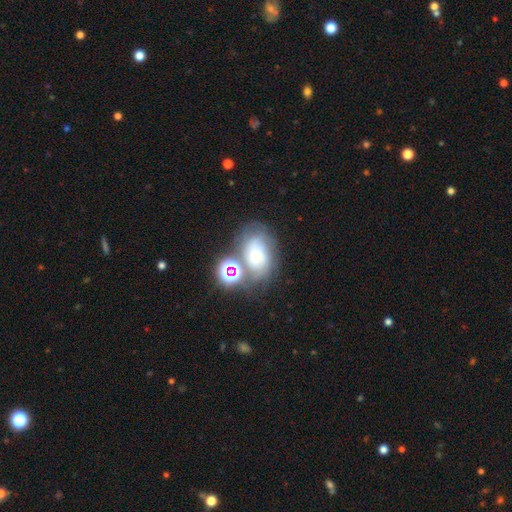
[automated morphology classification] Smooth or featured? Predicted: smooth (p=0.41). Merging? Predicted: none (p=0.47).